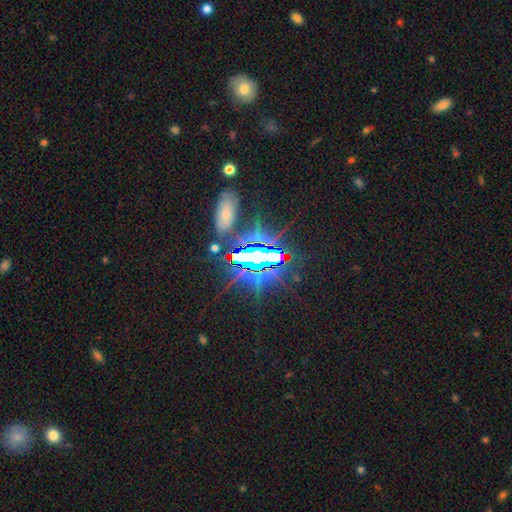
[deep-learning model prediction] Smooth or featured? Predicted: star or artifact (p=0.81).